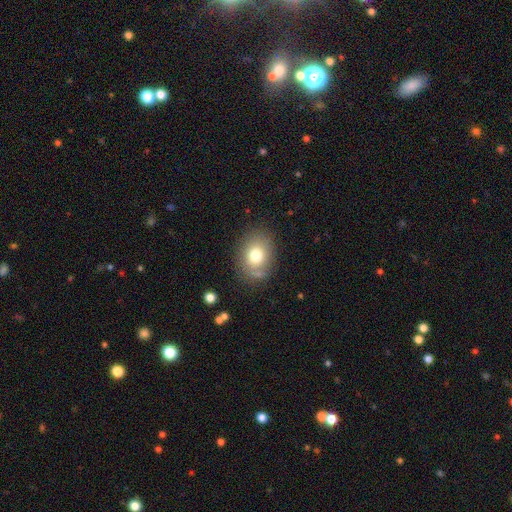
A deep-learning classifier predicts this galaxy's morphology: This is likely a smooth galaxy (75%). How rounded: possibly in between (57%). Merging: likely none (75%).